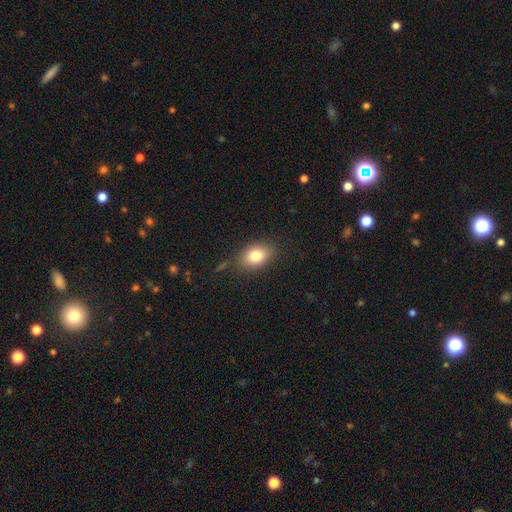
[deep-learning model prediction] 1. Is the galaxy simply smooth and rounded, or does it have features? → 80% smooth, 11% featured or disk, 10% star or artifact.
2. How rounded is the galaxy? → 76% in between, 23% round, 1% cigar-shaped.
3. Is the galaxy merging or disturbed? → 80% none, 13% minor disturbance, 4% major disturbance, 2% merger.